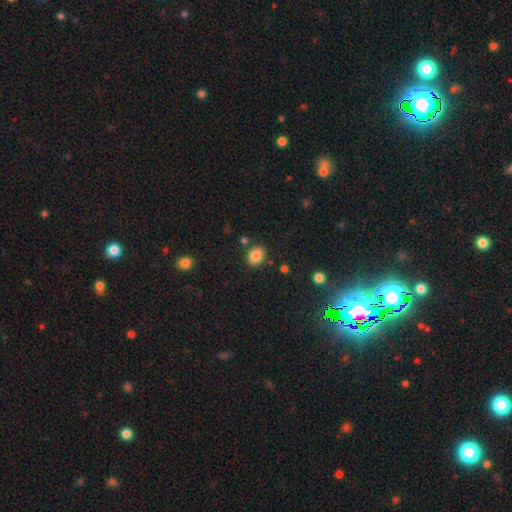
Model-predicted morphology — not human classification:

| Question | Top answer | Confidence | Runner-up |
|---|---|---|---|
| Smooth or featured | smooth | 85% | star or artifact (10%) |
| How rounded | in between | 50% | round (49%) |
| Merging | none | 82% | minor disturbance (10%) |